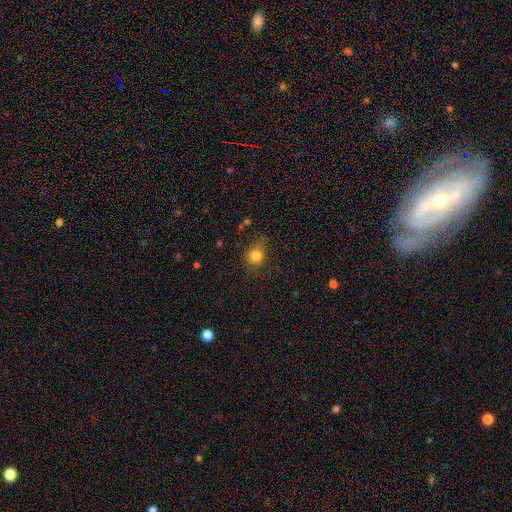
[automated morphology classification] smooth-or-featured: smooth: 80% | star or artifact: 12% | featured or disk: 8%
  how-rounded: round: 75% | in between: 24% | cigar-shaped: 1%
  merging: none: 66% | minor disturbance: 24% | major disturbance: 8% | merger: 2%